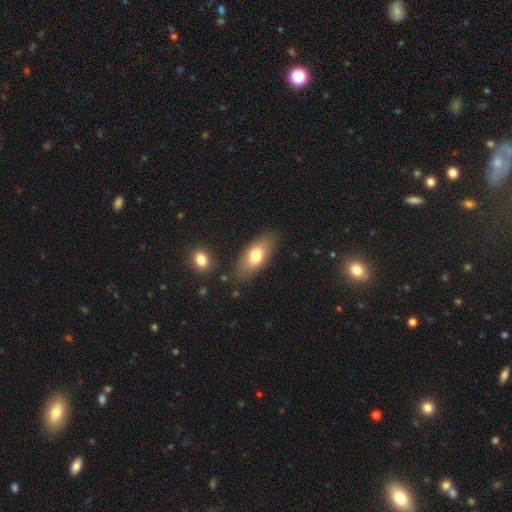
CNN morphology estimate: smooth-or-featured: smooth: 73% | featured or disk: 20% | star or artifact: 7%
  how-rounded: in between: 84% | cigar-shaped: 12% | round: 4%
  merging: none: 80% | minor disturbance: 13% | major disturbance: 3% | merger: 3%